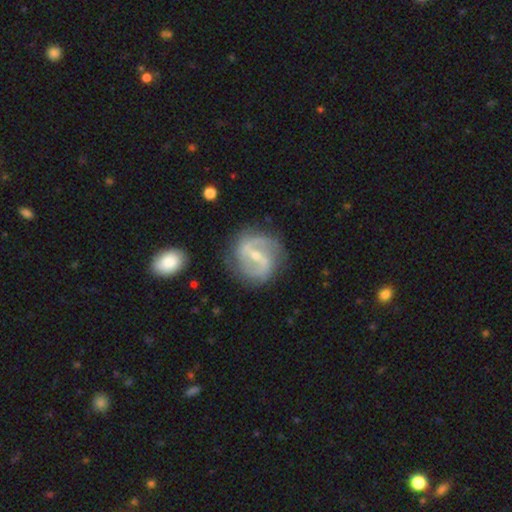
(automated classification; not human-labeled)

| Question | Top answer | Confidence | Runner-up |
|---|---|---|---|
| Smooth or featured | featured or disk | 86% | smooth (9%) |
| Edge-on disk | no | 97% | yes (3%) |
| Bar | strong | 46% | weak (40%) |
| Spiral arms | yes | 94% | no (6%) |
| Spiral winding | medium | 49% | loose (31%) |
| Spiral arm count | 2 | 88% | can't tell (5%) |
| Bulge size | small | 56% | moderate (40%) |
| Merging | none | 78% | minor disturbance (14%) |